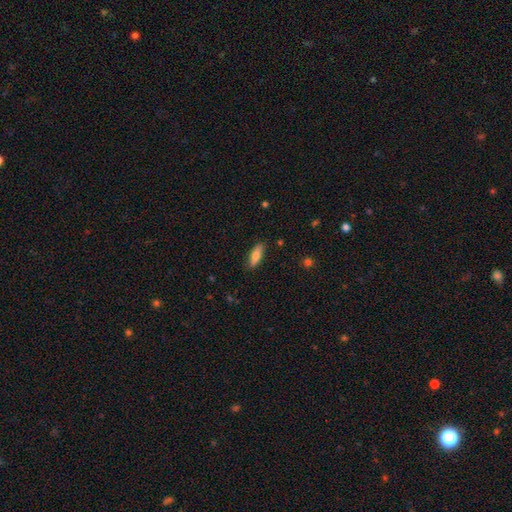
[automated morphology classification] This appears to be a smooth galaxy with no disk features (73%) that is in between round and cigar-shaped (52%). Merging: none (86%).